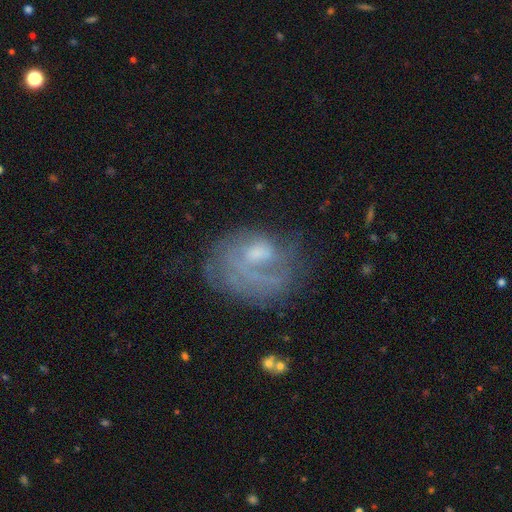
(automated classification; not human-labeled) This appears to be a featured or disk galaxy (65%) with no bar (64%), spiral arms (67%) and a moderate central bulge (39%). Merging: none (48%).